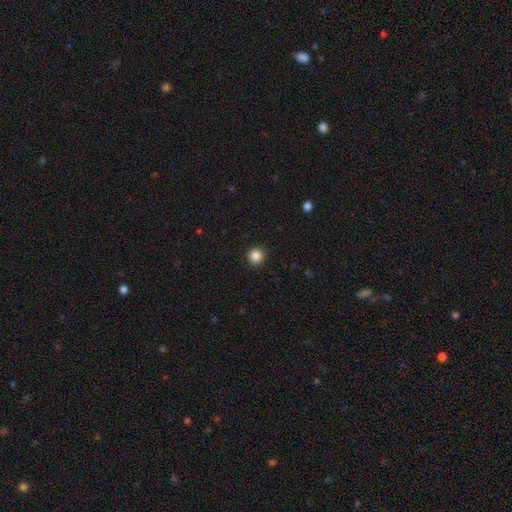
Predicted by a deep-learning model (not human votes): Overall: smooth (86%). How rounded: round (91%). Merging: none (92%).